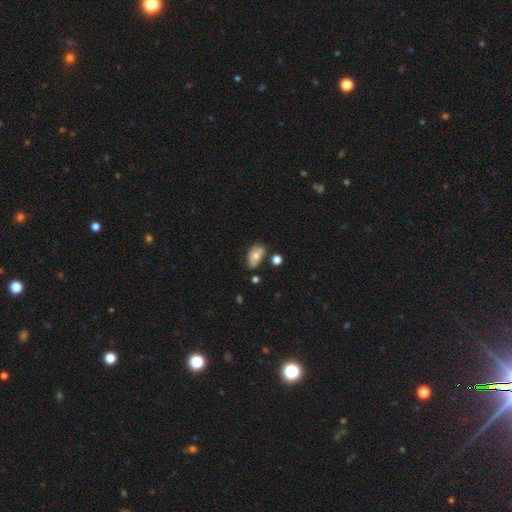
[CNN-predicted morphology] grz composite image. It shows a smooth galaxy with no disk features (67%) that is in between round and cigar-shaped (89%). Merging: none (52%).